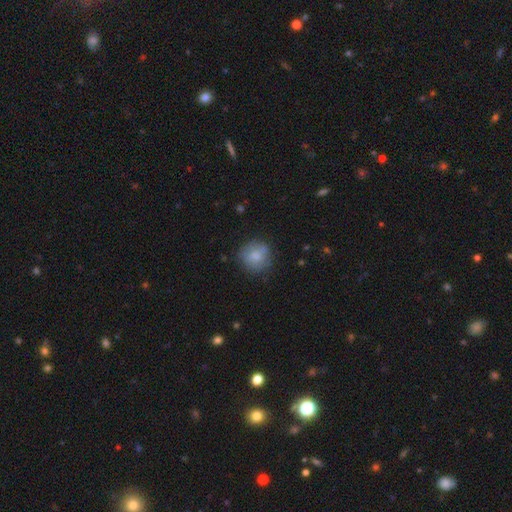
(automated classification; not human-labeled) smooth-or-featured: smooth: 76% | featured or disk: 16% | star or artifact: 8%
  how-rounded: round: 88% | in between: 11% | cigar-shaped: 1%
  merging: none: 72% | minor disturbance: 19% | major disturbance: 6% | merger: 3%